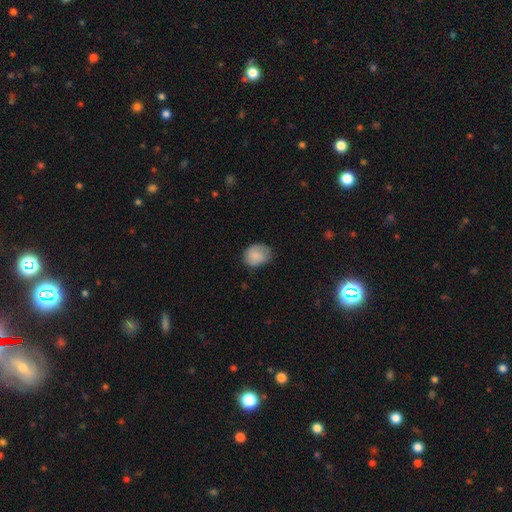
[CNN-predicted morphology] Smooth or featured? smooth (82%)
How rounded? in between (51%)
Merging? none (66%)